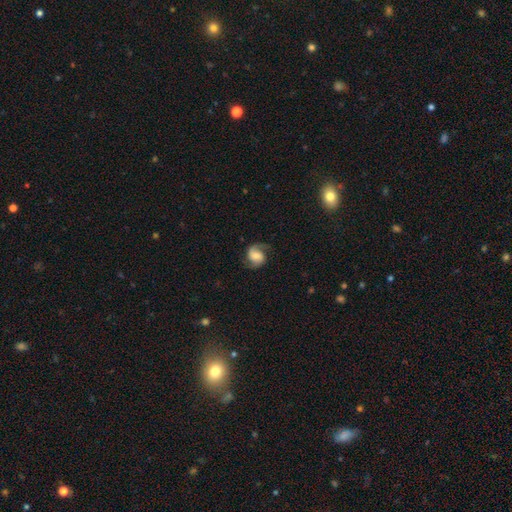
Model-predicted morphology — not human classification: Smooth or featured?
  - featured or disk: 71% *
  - smooth: 22%
  - star or artifact: 8%
Edge-on disk?
  - no: 98% *
  - yes: 2%
Bar?
  - no: 46% *
  - weak: 40%
  - strong: 14%
Spiral arms?
  - yes: 95% *
  - no: 5%
Spiral winding?
  - medium: 46% *
  - loose: 34%
  - tight: 20%
Spiral arm count?
  - 2: 82% *
  - 1: 11%
  - can't tell: 4%
  - 3: 1%
  - 4: 1%
  - more than 4: 1%
Bulge size?
  - moderate: 42% *
  - small: 30%
  - large: 14%
  - none: 11%
  - dominant: 3%
Merging?
  - none: 71% *
  - minor disturbance: 18%
  - major disturbance: 10%
  - merger: 1%